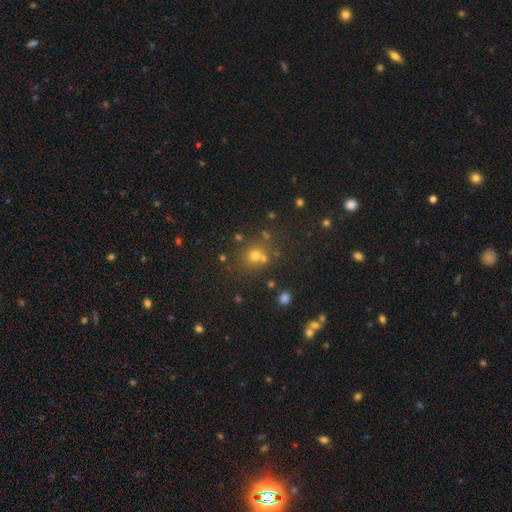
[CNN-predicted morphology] Smooth or featured?
  - smooth: 63% *
  - star or artifact: 26%
  - featured or disk: 11%
How rounded?
  - round: 84% *
  - in between: 15%
  - cigar-shaped: 1%
Merging?
  - none: 67% *
  - merger: 19%
  - minor disturbance: 10%
  - major disturbance: 4%